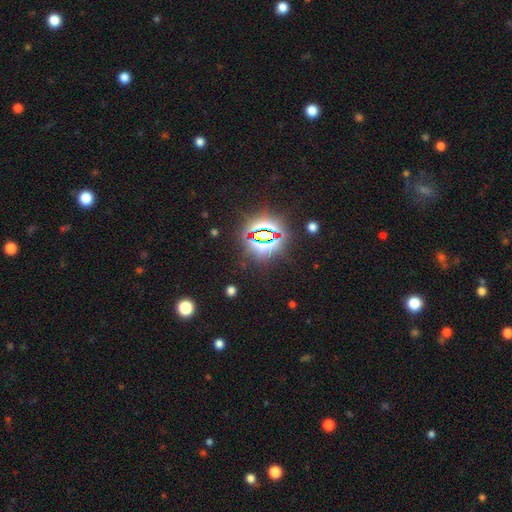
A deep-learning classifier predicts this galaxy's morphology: Smooth or featured? Predicted: star or artifact (p=0.81).